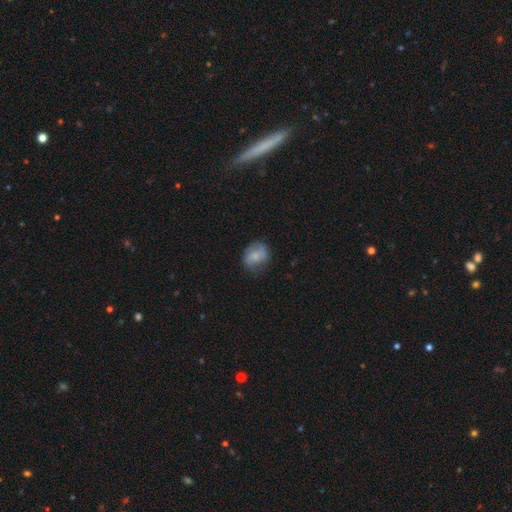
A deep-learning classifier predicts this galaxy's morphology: Overall: smooth (60%; featured or disk 32%). How rounded: round (56%; in between 42%). Merging: none (66%).